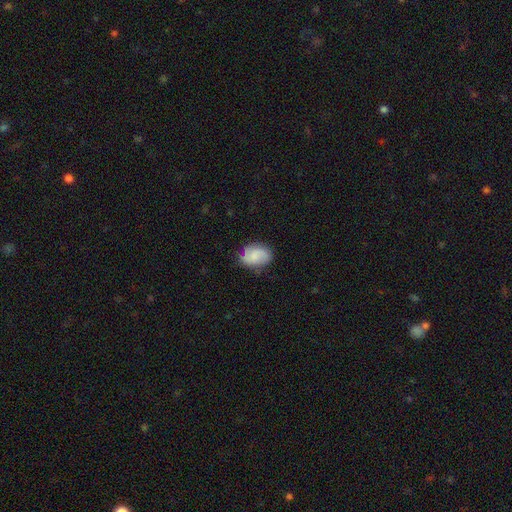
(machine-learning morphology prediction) This appears to be a smooth galaxy with no disk features (60%) that is in between round and cigar-shaped (75%). Merging: none (66%).